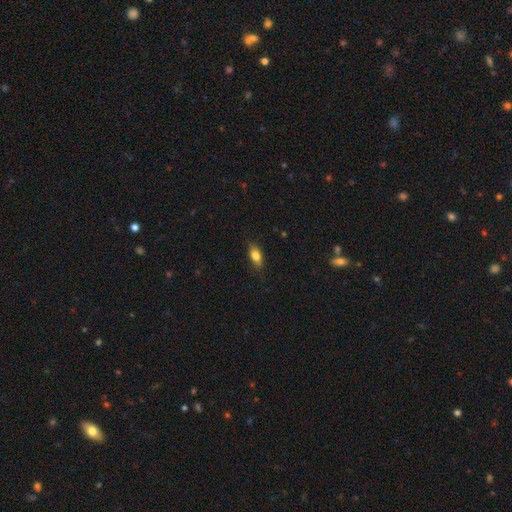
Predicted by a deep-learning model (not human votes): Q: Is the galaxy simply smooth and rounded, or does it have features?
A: smooth — 78%.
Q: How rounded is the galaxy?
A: in between — 83%.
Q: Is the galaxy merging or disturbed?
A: none — 81%.